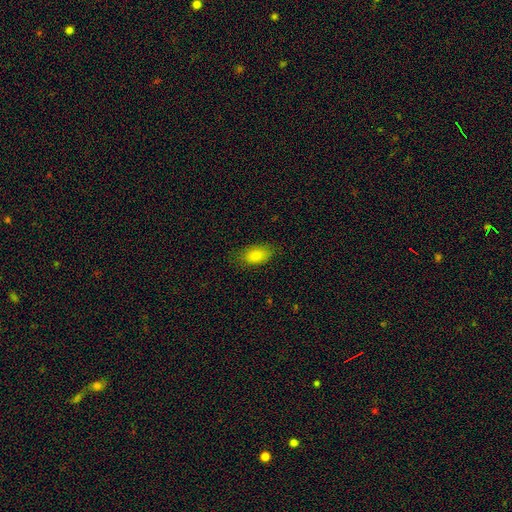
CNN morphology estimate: This appears to be a smooth galaxy with no disk features (81%) that is in between round and cigar-shaped (89%). Merging: none (78%).